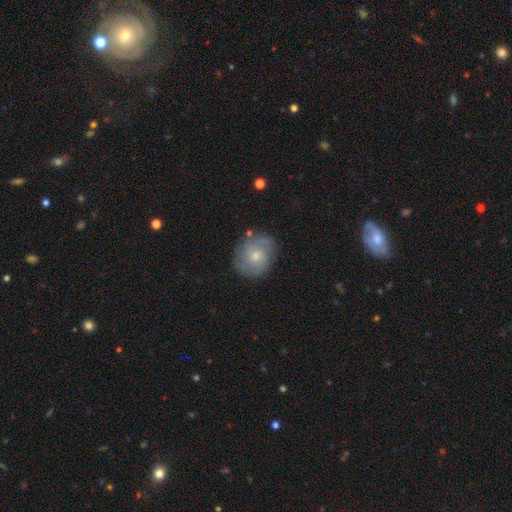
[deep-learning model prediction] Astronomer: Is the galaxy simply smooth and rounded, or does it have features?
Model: featured or disk — 67%.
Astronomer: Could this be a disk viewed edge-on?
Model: no — 98%.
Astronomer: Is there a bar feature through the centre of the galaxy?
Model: no — 75%.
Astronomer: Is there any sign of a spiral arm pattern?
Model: yes — 89%.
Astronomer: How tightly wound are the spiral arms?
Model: medium — 43% (runner-up: tight, 40%).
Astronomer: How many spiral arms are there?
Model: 2 — 46% (runner-up: can't tell, 22%).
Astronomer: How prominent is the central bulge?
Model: small — 58% (runner-up: moderate, 37%).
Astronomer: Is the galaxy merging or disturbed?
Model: none — 76%.